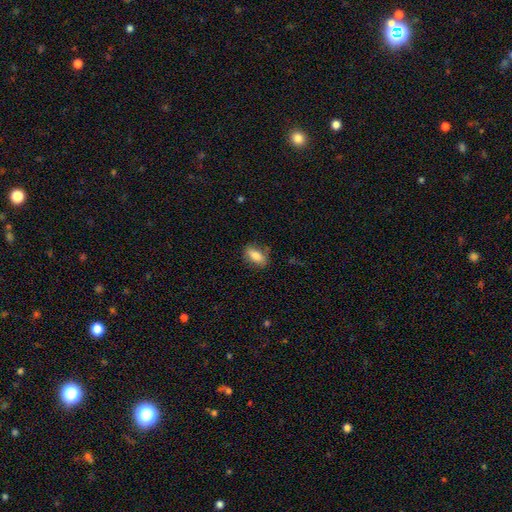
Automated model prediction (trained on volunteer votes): Smooth or featured: smooth — 77% (featured or disk — 16%)
How rounded: in between — 84% (round — 8%)
Merging: none — 78% (minor disturbance — 16%)